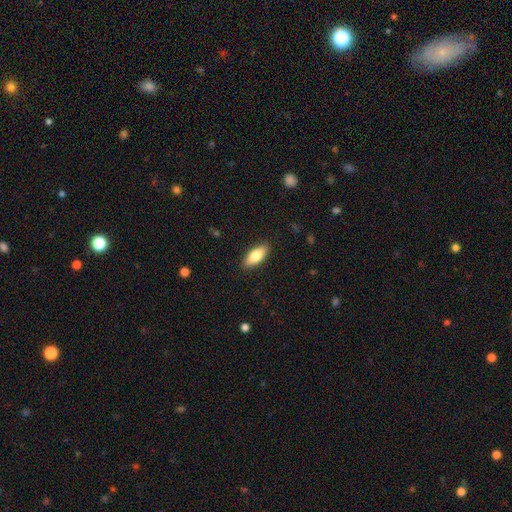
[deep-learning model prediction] A smooth galaxy with no disk features (78%) that is in between round and cigar-shaped (79%). Merging: none (89%).